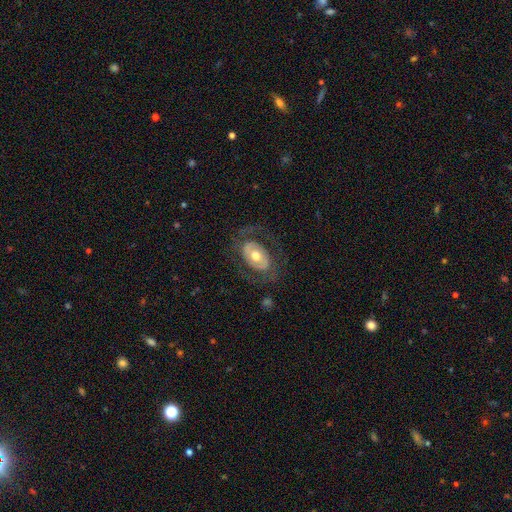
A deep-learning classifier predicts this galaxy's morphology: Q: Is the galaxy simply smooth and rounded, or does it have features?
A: featured or disk — 62%.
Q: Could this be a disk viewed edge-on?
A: no — 93%.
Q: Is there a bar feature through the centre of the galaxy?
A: no — 71%.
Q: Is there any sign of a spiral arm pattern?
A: no — 61%.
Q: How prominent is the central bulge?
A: moderate — 73%.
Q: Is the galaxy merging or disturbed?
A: none — 70%.